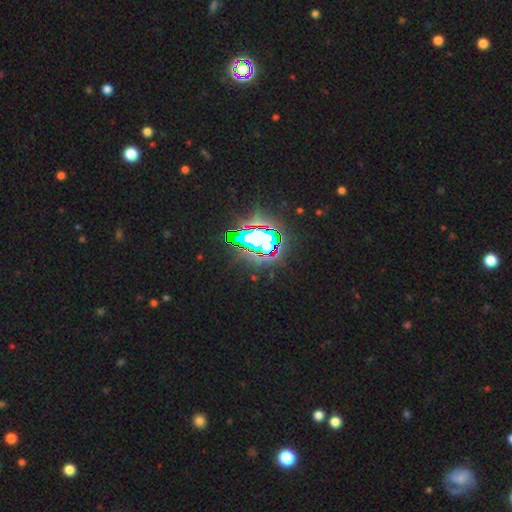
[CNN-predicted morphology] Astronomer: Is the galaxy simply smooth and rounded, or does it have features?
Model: star or artifact — 79%.